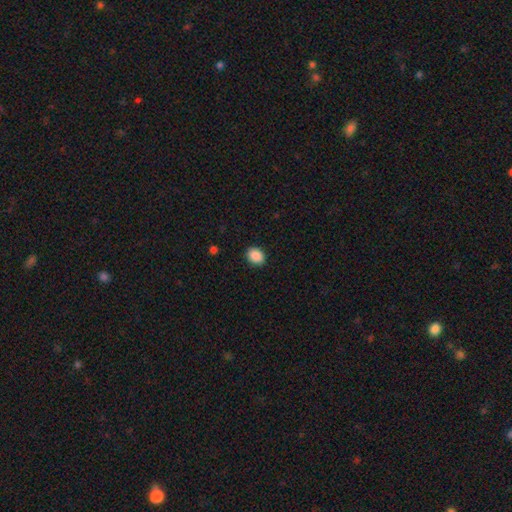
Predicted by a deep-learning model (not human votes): This is clearly a smooth galaxy (89%). How rounded: likely in between (61%). Merging: clearly none (90%).